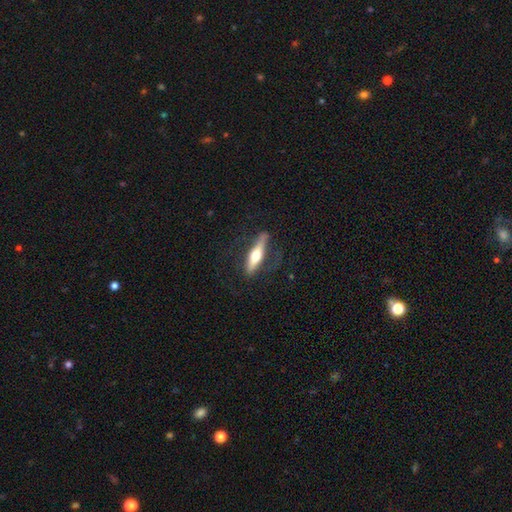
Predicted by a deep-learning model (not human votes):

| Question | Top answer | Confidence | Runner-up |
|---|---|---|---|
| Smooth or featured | featured or disk | 52% | smooth (43%) |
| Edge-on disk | yes | 87% | no (13%) |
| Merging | none | 69% | minor disturbance (19%) |